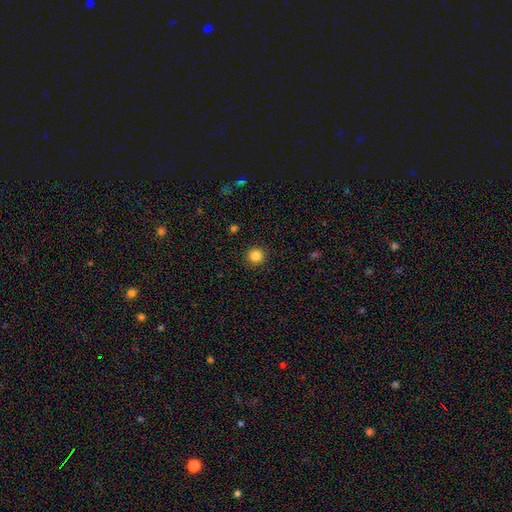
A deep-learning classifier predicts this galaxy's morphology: This appears to be a smooth galaxy with no disk features (85%) that is round (94%). Merging: none (92%).